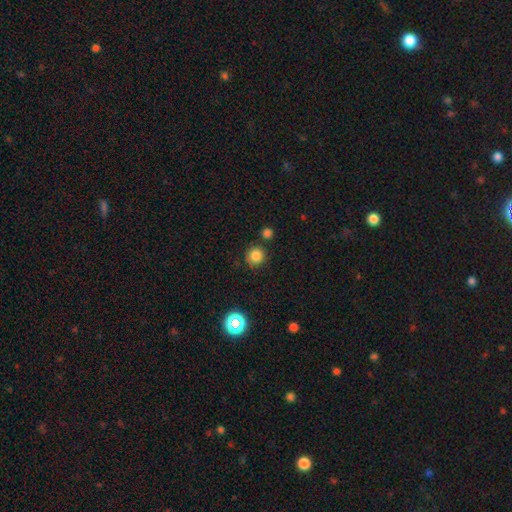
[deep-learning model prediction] Smooth or featured? smooth (82%)
How rounded? round (93%)
Merging? none (81%)